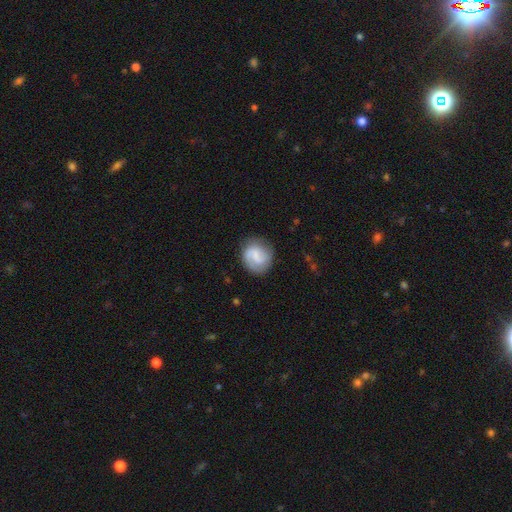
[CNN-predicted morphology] Smooth or featured: featured or disk — 57% (smooth — 36%)
Edge-on disk: no — 98% (yes — 2%)
Bar: weak — 52% (no — 32%)
Spiral arms: yes — 90% (no — 10%)
Spiral winding: medium — 43% (tight — 30%)
Spiral arm count: 2 — 69% (1 — 18%)
Bulge size: small — 42% (none — 35%)
Merging: none — 77% (minor disturbance — 15%)